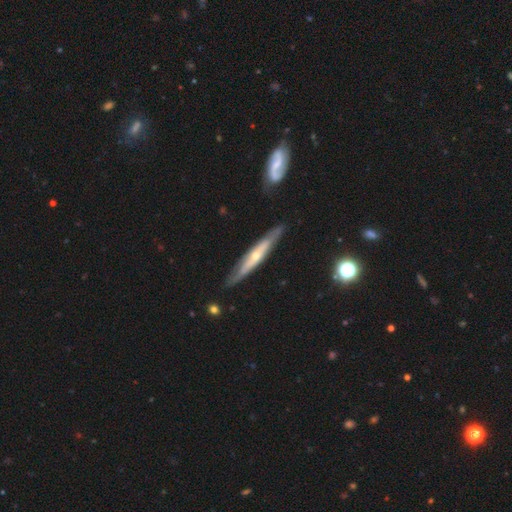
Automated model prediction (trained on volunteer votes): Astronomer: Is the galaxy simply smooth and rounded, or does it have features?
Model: featured or disk — 68%.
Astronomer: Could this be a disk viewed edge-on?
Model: yes — 83%.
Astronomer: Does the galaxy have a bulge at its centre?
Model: rounded — 70%.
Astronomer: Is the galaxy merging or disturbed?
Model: none — 84%.